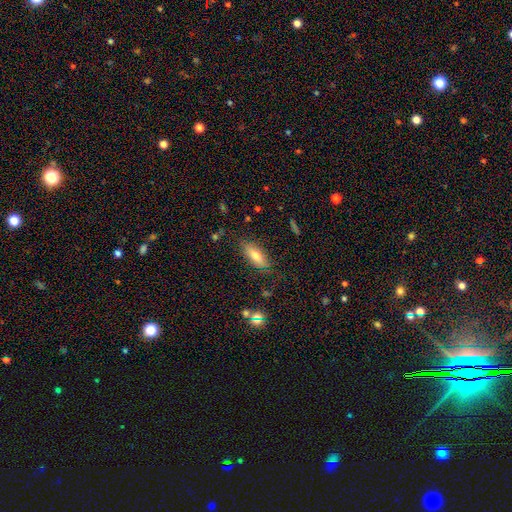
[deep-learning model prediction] Smooth or featured? Predicted: smooth (p=0.69). How rounded? Predicted: in between (p=0.68). Merging? Predicted: none (p=0.80).